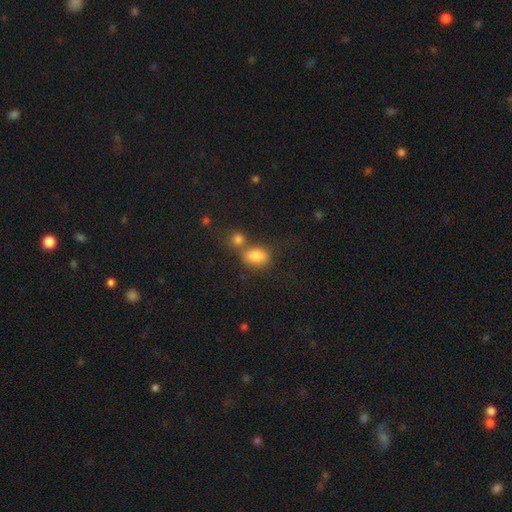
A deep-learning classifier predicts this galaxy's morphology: type=smooth (82%); roundness=in between (70%); merging=merger (42%).